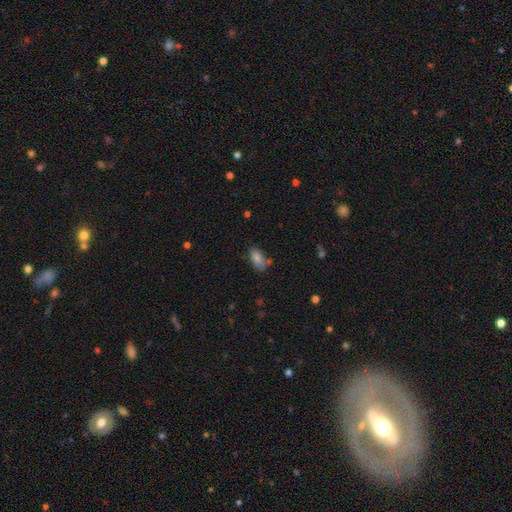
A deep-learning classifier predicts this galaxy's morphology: The model was most divided on "merging": none: 64%, minor disturbance: 22%, major disturbance: 7%, merger: 7%. More confident: how rounded — in between (88%); smooth or featured — smooth (73%).